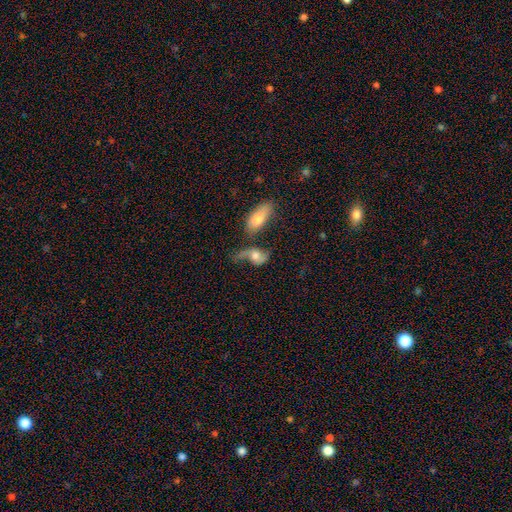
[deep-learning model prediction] This is possibly a featured or disk galaxy (52%). It is clearly not viewed edge-on (92%). Merging: marginally merger (31%).